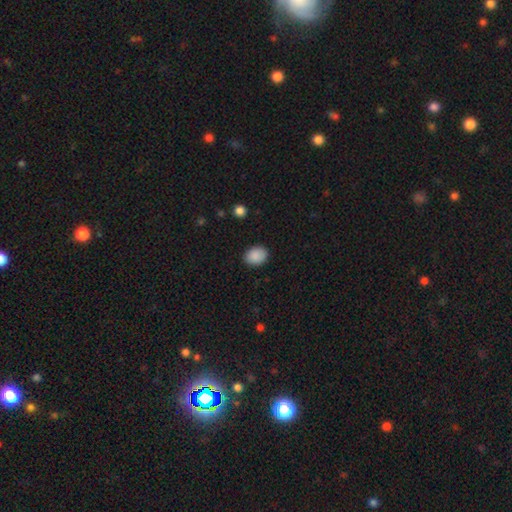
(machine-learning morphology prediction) Q: Smooth or featured?
A: smooth (89%); runner-up: star or artifact (7%)
Q: How rounded?
A: in between (67%); runner-up: round (32%)
Q: Merging?
A: none (87%); runner-up: minor disturbance (9%)